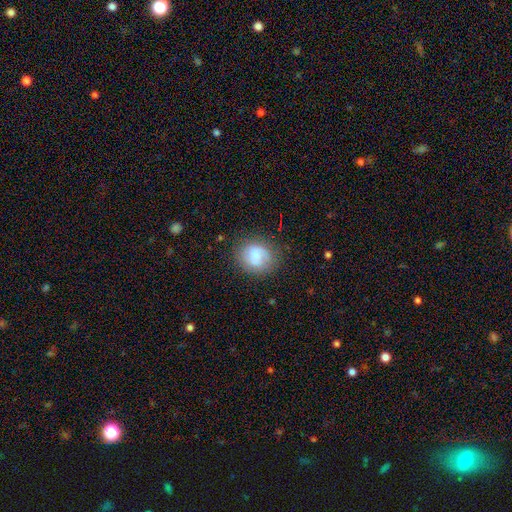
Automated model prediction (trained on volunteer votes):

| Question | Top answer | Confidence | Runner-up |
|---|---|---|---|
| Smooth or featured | smooth | 69% | featured or disk (22%) |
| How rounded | round | 72% | in between (27%) |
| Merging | none | 72% | minor disturbance (18%) |